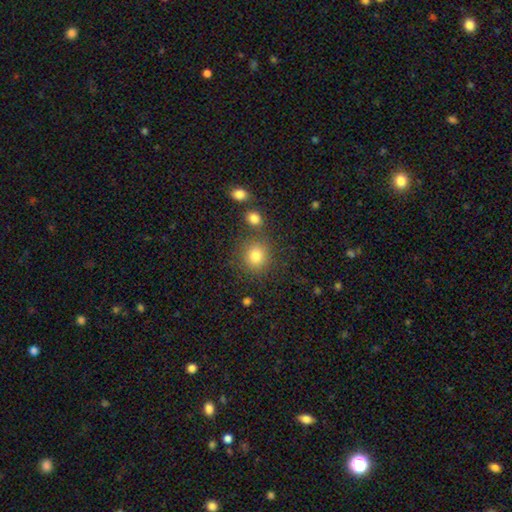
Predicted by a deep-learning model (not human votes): smooth-or-featured: smooth: 81% | star or artifact: 13% | featured or disk: 7%
  how-rounded: round: 85% | in between: 14% | cigar-shaped: 1%
  merging: none: 79% | minor disturbance: 10% | merger: 7% | major disturbance: 4%